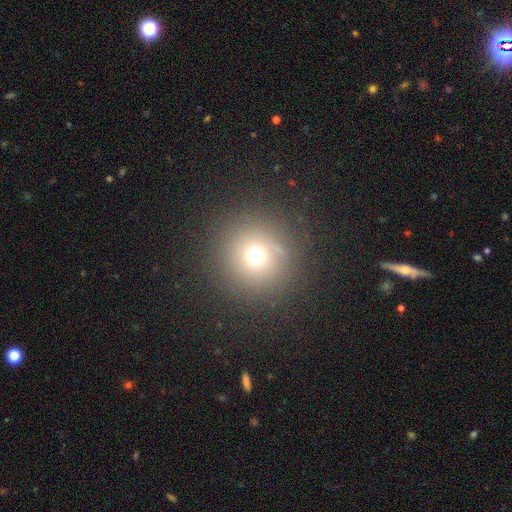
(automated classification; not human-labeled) A smooth galaxy with no disk features (66%) that is round (95%).

Vote fractions:
- Smooth or featured? smooth: 66% / star or artifact: 22% / featured or disk: 11%
- How rounded? round: 95% / in between: 4% / cigar-shaped: 1%
- Merging? none: 86% / minor disturbance: 7% / major disturbance: 5% / merger: 2%